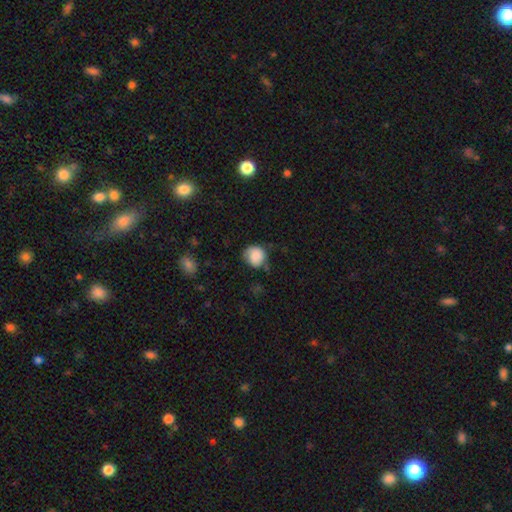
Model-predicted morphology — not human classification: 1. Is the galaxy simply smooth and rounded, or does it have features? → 82% smooth, 10% featured or disk, 8% star or artifact.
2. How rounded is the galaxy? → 82% round, 17% in between, 1% cigar-shaped.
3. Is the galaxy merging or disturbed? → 57% none, 31% minor disturbance, 10% major disturbance, 3% merger.